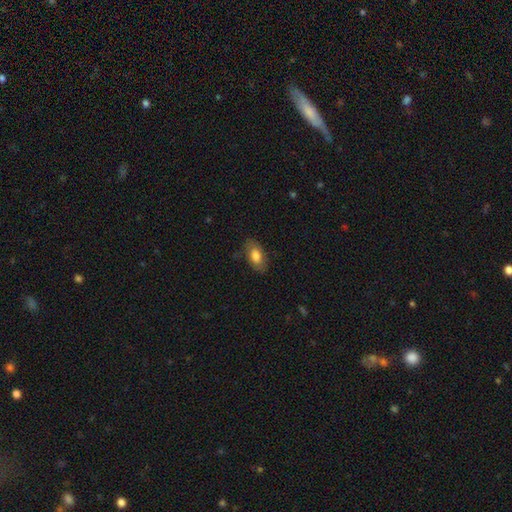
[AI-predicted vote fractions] This appears to be a smooth galaxy with no disk features (77%) that is in between round and cigar-shaped (92%). Merging: none (78%).